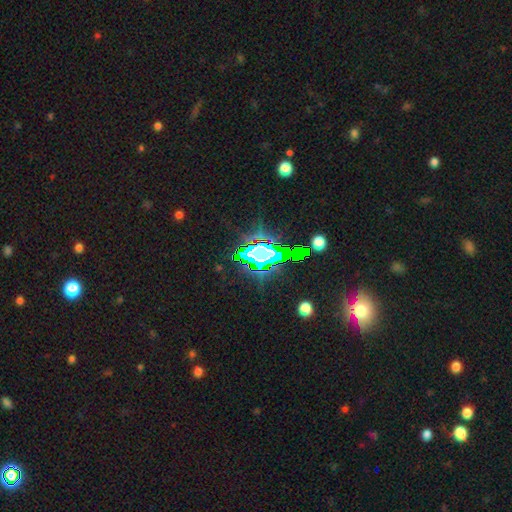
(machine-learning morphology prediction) Q: Smooth or featured?
A: star or artifact (80%); runner-up: smooth (11%)